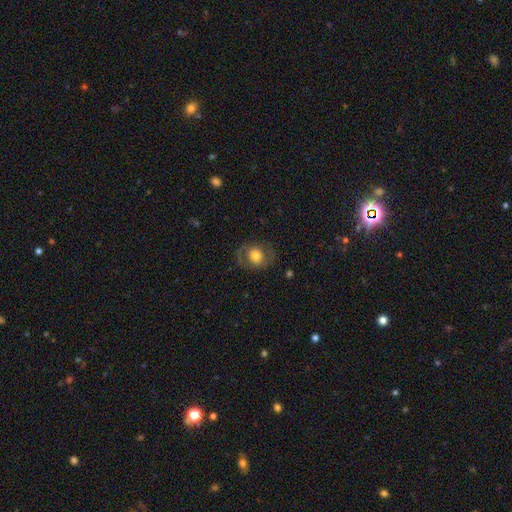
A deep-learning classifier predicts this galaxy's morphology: A smooth galaxy with no disk features (57%) that is round (65%). Merging: none (76%).